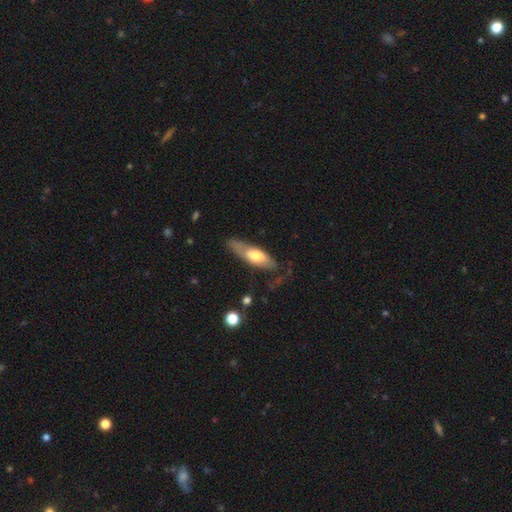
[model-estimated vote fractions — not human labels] A smooth galaxy with no disk features (56%) that is in between round and cigar-shaped (52%). Merging: none (57%).